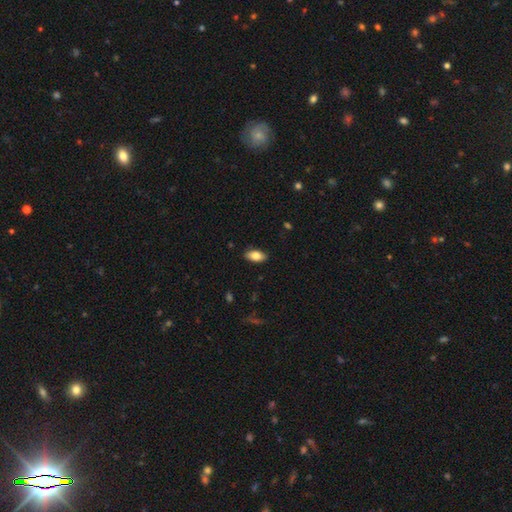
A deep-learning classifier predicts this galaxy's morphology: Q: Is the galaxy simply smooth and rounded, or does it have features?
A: smooth — 81%.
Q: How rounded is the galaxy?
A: in between — 91%.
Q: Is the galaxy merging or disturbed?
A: none — 88%.